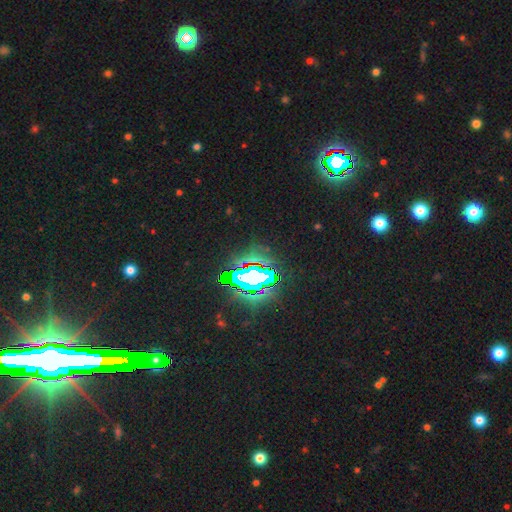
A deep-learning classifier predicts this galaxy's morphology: Smooth or featured? star or artifact (80%)